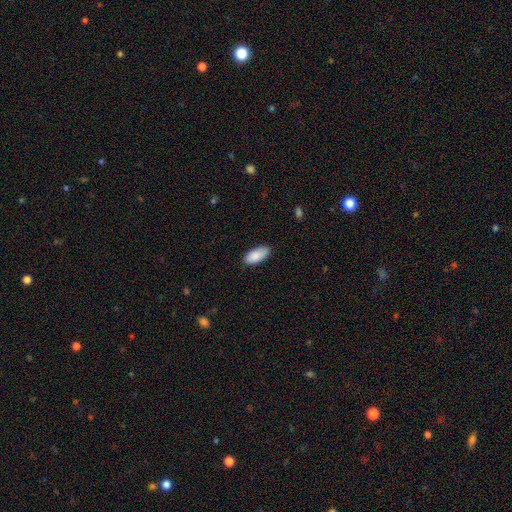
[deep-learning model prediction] A smooth galaxy with no disk features (88%) that is in between round and cigar-shaped (91%).

Vote fractions:
- Smooth or featured? smooth: 88% / star or artifact: 6% / featured or disk: 5%
- How rounded? in between: 91% / cigar-shaped: 7% / round: 2%
- Merging? none: 82% / minor disturbance: 15% / major disturbance: 2% / merger: 1%